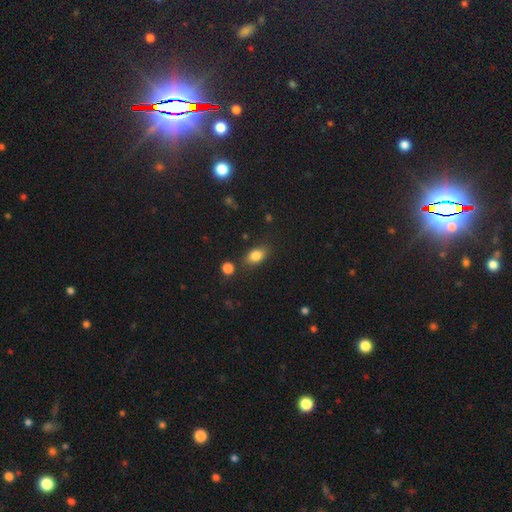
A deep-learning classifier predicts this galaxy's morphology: type=smooth (83%); roundness=in between (82%); merging=none (79%).